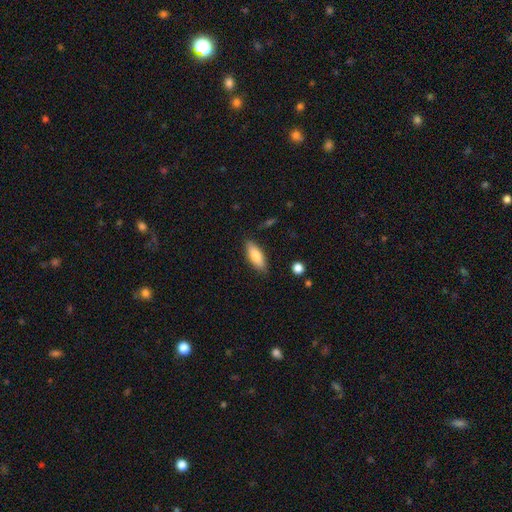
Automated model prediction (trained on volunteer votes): smooth 82%, featured or disk 12%, star or artifact 6%. Down the decision tree: how rounded — in between (66%); merging — none (86%).